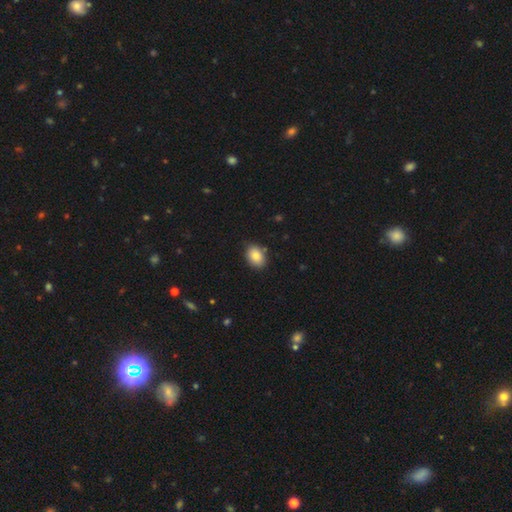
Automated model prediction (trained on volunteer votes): smooth_or_featured: smooth (p=0.85) [alt: star or artifact p=0.08]
how_rounded: in between (p=0.79) [alt: round p=0.20]
merging: none (p=0.85) [alt: minor disturbance p=0.11]